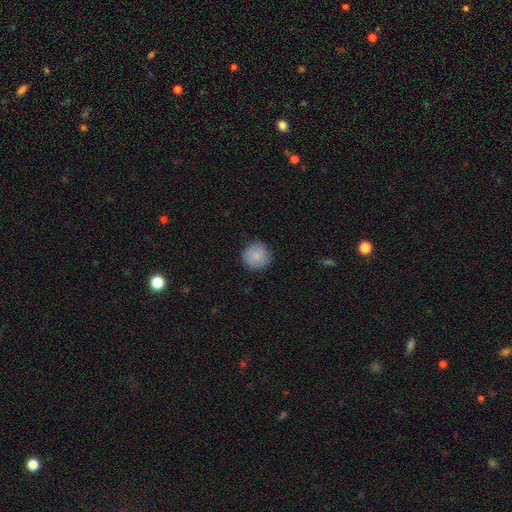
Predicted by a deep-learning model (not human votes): This appears to be a smooth galaxy with no disk features (83%) that is round (94%). Merging: none (84%).